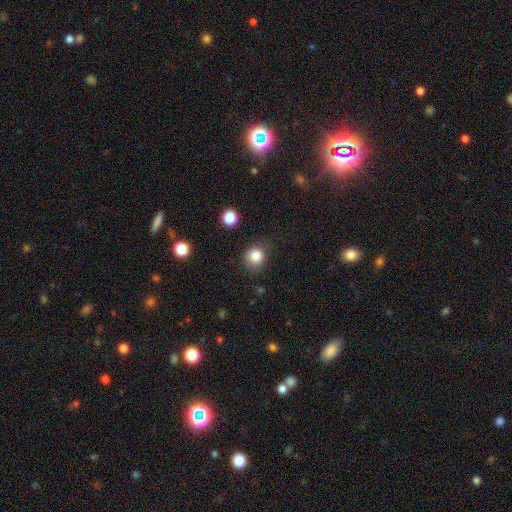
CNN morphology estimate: Smooth or featured? smooth (83%)
How rounded? round (81%)
Merging? none (73%)